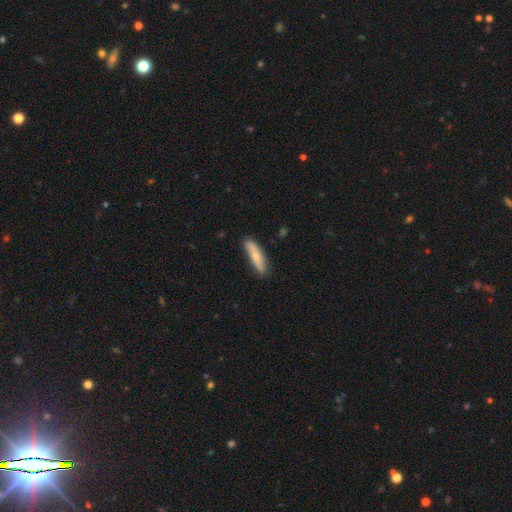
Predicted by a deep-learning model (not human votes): A smooth galaxy with no disk features (64%) that is cigar-shaped (73%).

Vote fractions:
- Smooth or featured? smooth: 64% / featured or disk: 30% / star or artifact: 6%
- How rounded? cigar-shaped: 73% / in between: 25% / round: 2%
- Merging? none: 79% / minor disturbance: 17% / major disturbance: 3% / merger: 2%